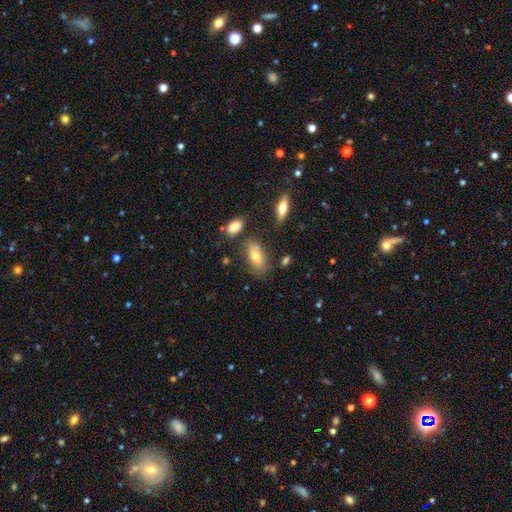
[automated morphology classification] smooth-or-featured: smooth: 72% | featured or disk: 19% | star or artifact: 9%
  how-rounded: in between: 89% | cigar-shaped: 5% | round: 5%
  merging: none: 67% | minor disturbance: 20% | merger: 7% | major disturbance: 6%